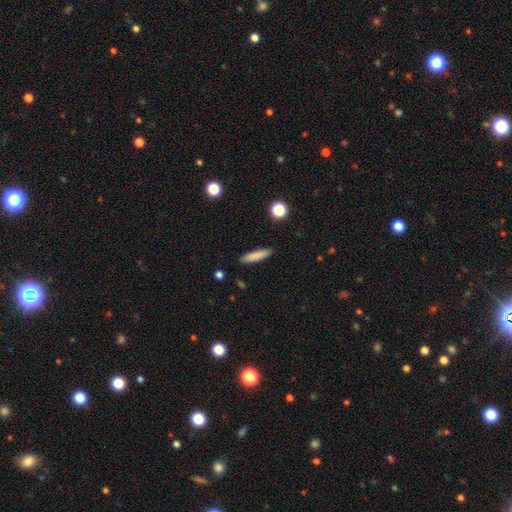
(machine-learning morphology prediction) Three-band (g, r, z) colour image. It shows a smooth galaxy with no disk features (84%) that is cigar-shaped (84%). Merging: none (90%).